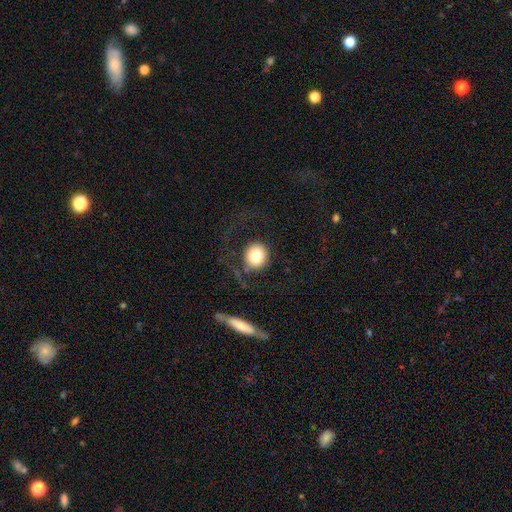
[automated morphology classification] smooth_or_featured: smooth (p=0.78) [alt: featured or disk p=0.13]
how_rounded: round (p=0.90) [alt: in between p=0.09]
merging: none (p=0.68) [alt: major disturbance p=0.16]